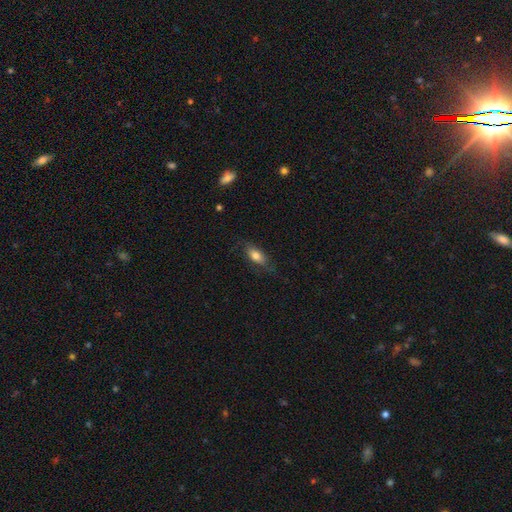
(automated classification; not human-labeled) Smooth or featured? Predicted: smooth (p=0.74). How rounded? Predicted: in between (p=0.80). Merging? Predicted: none (p=0.71).